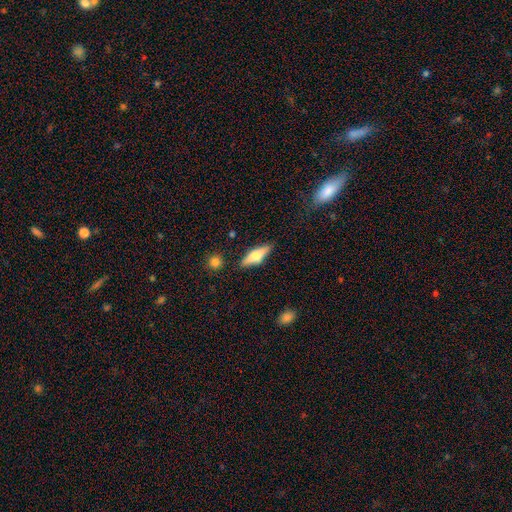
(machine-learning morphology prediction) Smooth or featured? Predicted: smooth (p=0.56). How rounded? Predicted: cigar-shaped (p=0.59). Merging? Predicted: none (p=0.84).